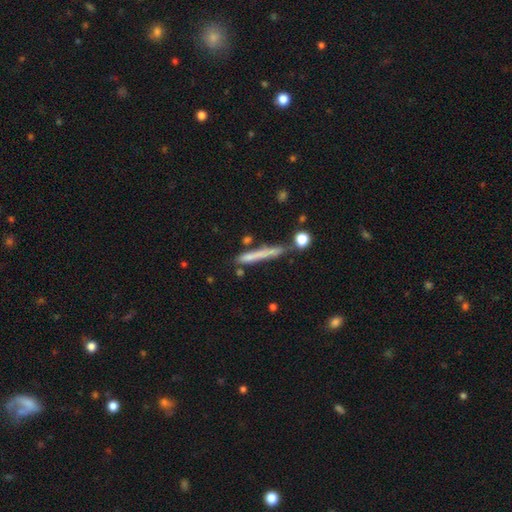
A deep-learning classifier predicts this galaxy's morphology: This appears to be a smooth galaxy with no disk features (56%) that is cigar-shaped (95%). Merging: none (78%).